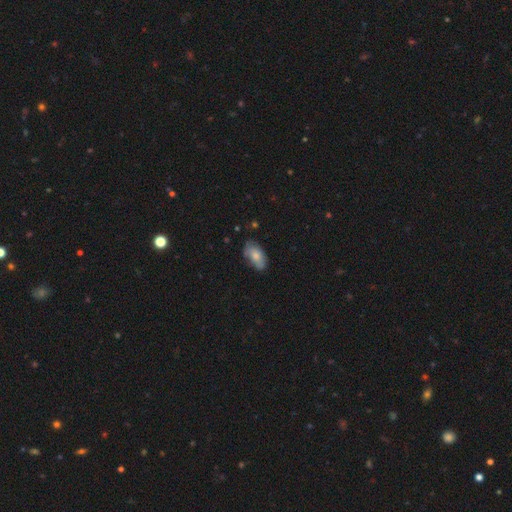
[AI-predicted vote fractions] smooth_or_featured: smooth (p=0.69) [alt: featured or disk p=0.24]
how_rounded: in between (p=0.93) [alt: round p=0.04]
merging: none (p=0.64) [alt: minor disturbance p=0.28]